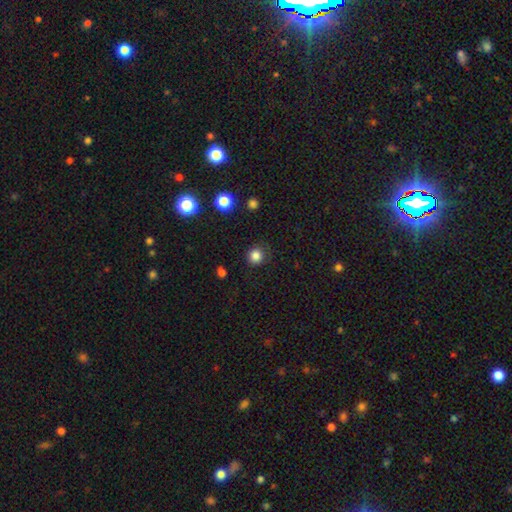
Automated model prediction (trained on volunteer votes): smooth-or-featured: smooth: 83% | star or artifact: 13% | featured or disk: 4%
  how-rounded: round: 91% | in between: 9% | cigar-shaped: 1%
  merging: none: 83% | minor disturbance: 11% | major disturbance: 4% | merger: 1%